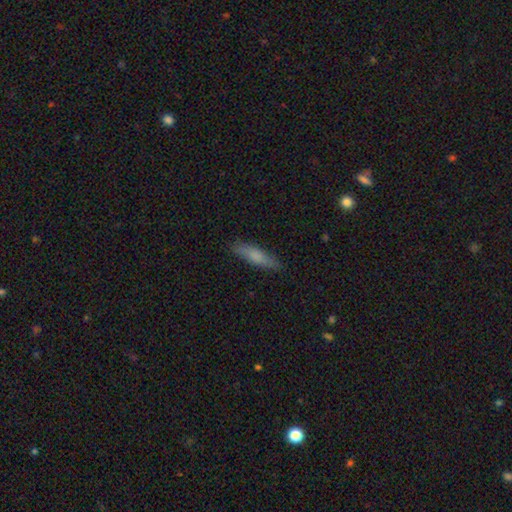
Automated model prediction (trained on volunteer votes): Smooth or featured: smooth — 72% (featured or disk — 21%)
How rounded: cigar-shaped — 74% (in between — 24%)
Merging: none — 86% (minor disturbance — 11%)